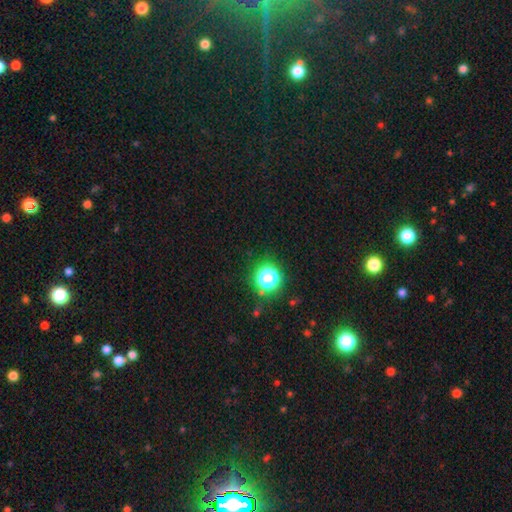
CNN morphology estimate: smooth-or-featured: star or artifact: 66% | smooth: 28% | featured or disk: 6%